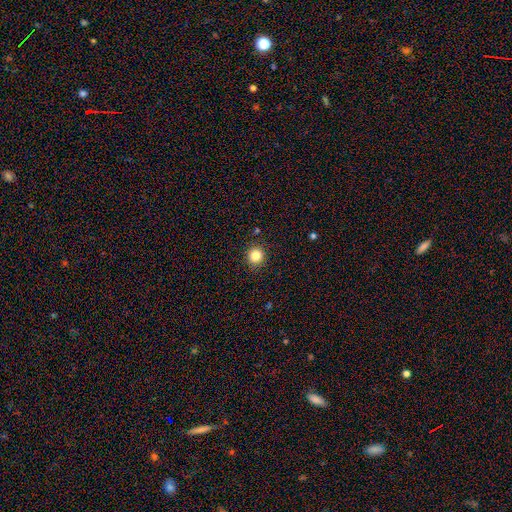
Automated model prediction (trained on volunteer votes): A smooth galaxy with no disk features (84%) that is round (90%). Merging: none (90%).